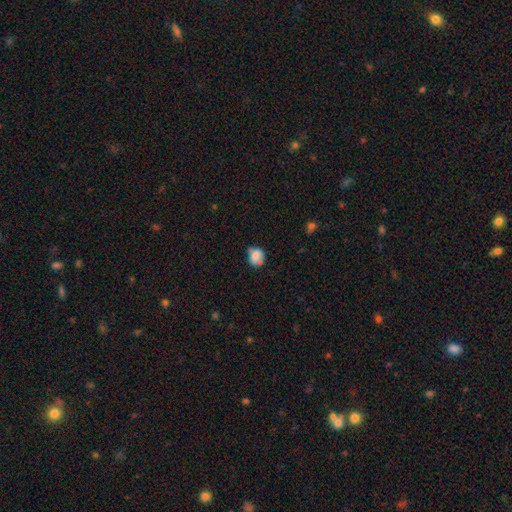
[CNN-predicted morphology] Smooth or featured: smooth — 75% (featured or disk — 15%)
How rounded: round — 59% (in between — 40%)
Merging: none — 45% (minor disturbance — 34%)